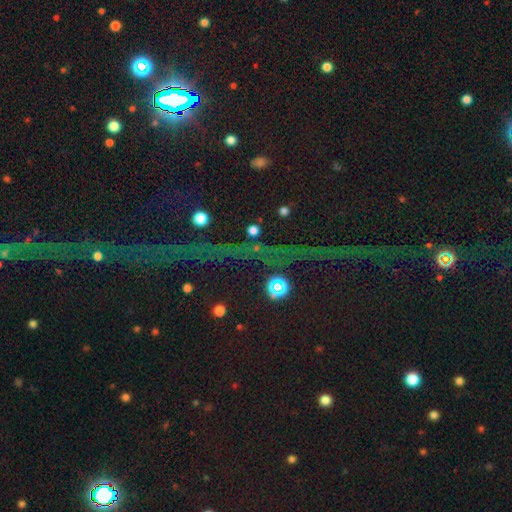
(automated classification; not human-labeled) This appears to be a star or artifact, not a galaxy (76%).